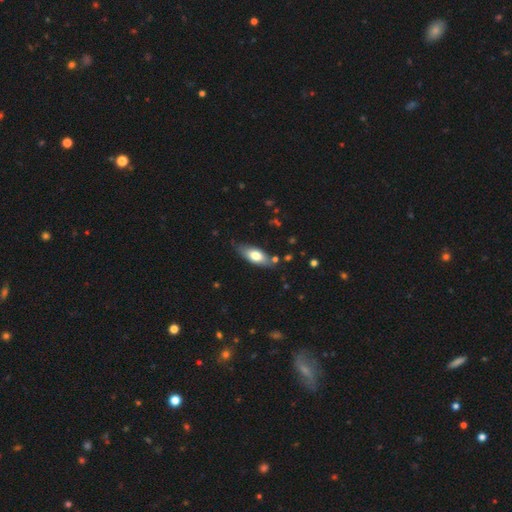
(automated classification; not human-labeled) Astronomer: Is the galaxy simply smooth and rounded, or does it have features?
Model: smooth — 71%.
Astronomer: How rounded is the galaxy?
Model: in between — 81%.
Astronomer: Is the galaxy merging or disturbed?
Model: none — 74%.